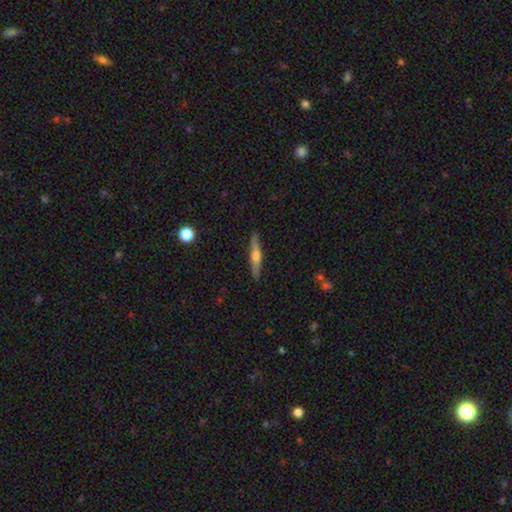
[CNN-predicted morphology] A featured or disk galaxy (56%) viewed edge-on (96%) with a rounded central bulge (83%).

Vote fractions:
- Smooth or featured? featured or disk: 56% / smooth: 38% / star or artifact: 6%
- Edge-on disk? yes: 96% / no: 4%
- Edge-on bulge? rounded: 83% / boxy: 9% / none: 8%
- Merging? none: 89% / minor disturbance: 8% / major disturbance: 2% / merger: 1%